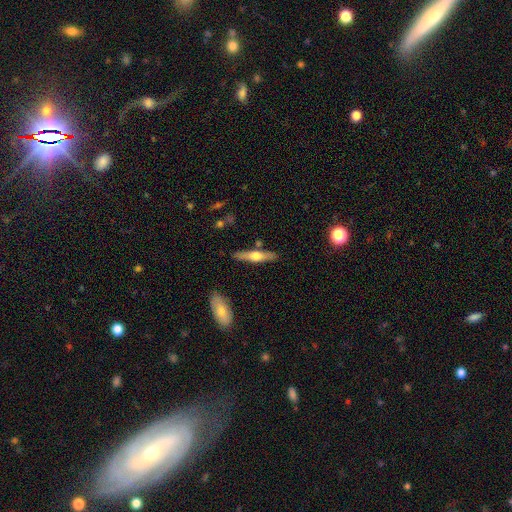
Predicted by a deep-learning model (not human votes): Smooth or featured?
  - featured or disk: 56% *
  - smooth: 39%
  - star or artifact: 5%
Edge-on disk?
  - yes: 94% *
  - no: 6%
Edge-on bulge?
  - rounded: 93% *
  - none: 4%
  - boxy: 4%
Merging?
  - none: 84% *
  - minor disturbance: 9%
  - merger: 5%
  - major disturbance: 2%